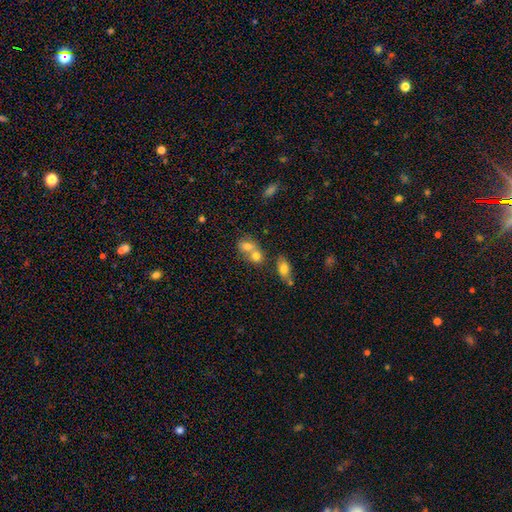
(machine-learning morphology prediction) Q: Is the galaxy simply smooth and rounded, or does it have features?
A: smooth — 72%.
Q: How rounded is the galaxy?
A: round — 49%, tied with in between.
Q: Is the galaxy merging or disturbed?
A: merger — 61%.